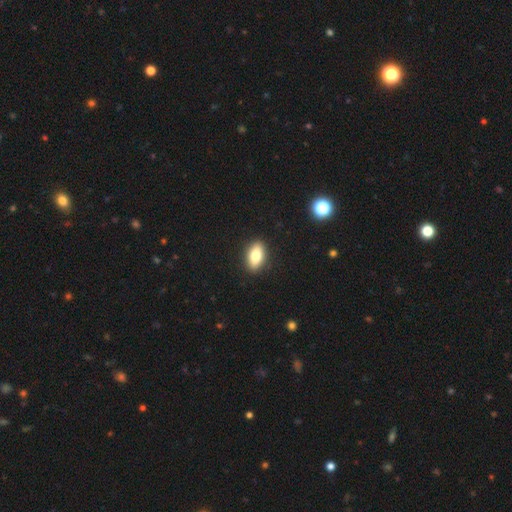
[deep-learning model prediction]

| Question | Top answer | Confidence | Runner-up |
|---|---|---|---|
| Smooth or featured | smooth | 80% | featured or disk (13%) |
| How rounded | in between | 88% | round (6%) |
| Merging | none | 90% | minor disturbance (7%) |